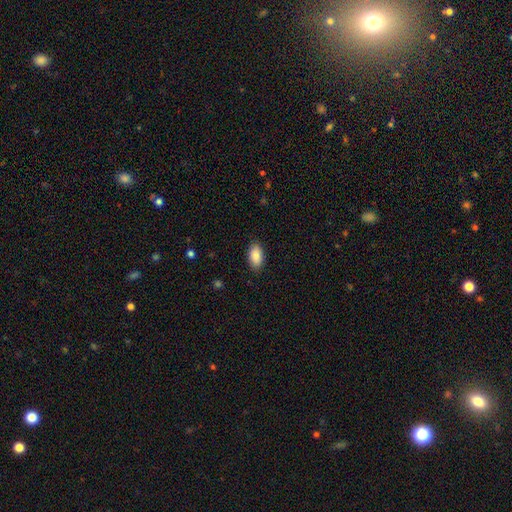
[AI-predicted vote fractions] Smooth or featured? smooth (89%)
How rounded? in between (94%)
Merging? none (87%)